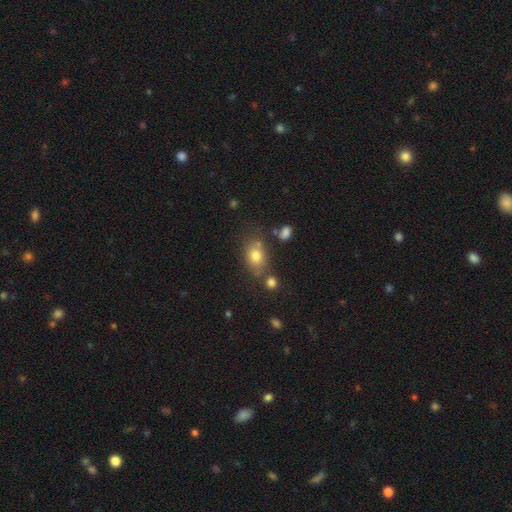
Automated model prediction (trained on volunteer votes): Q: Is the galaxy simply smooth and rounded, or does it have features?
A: smooth — 76%.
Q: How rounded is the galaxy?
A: in between — 65%.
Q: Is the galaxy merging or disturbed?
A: none — 65%.